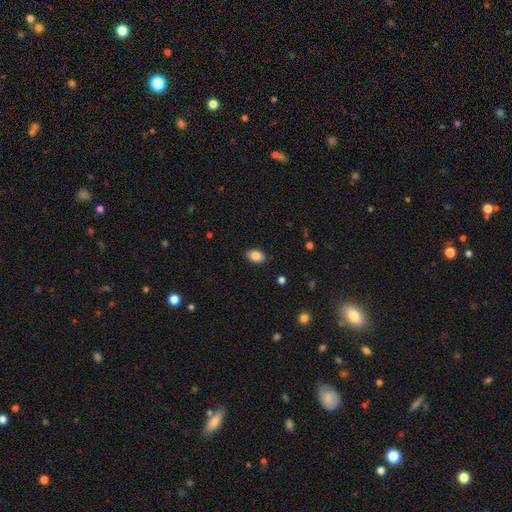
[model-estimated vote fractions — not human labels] smooth_or_featured: smooth (p=0.87) [alt: star or artifact p=0.08]
how_rounded: in between (p=0.84) [alt: round p=0.15]
merging: none (p=0.87) [alt: minor disturbance p=0.10]